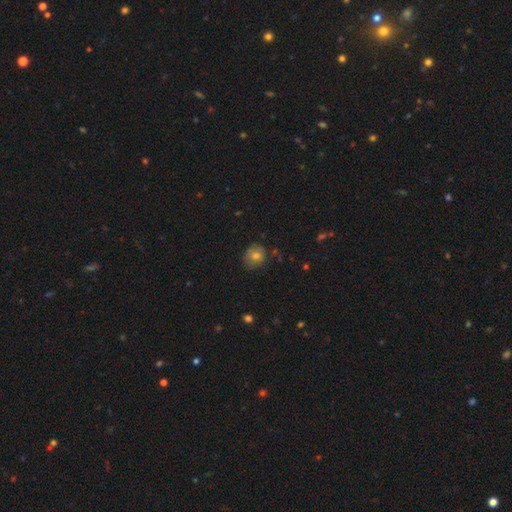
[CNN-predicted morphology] Overall: smooth (75%). How rounded: round (76%). Merging: none (76%).